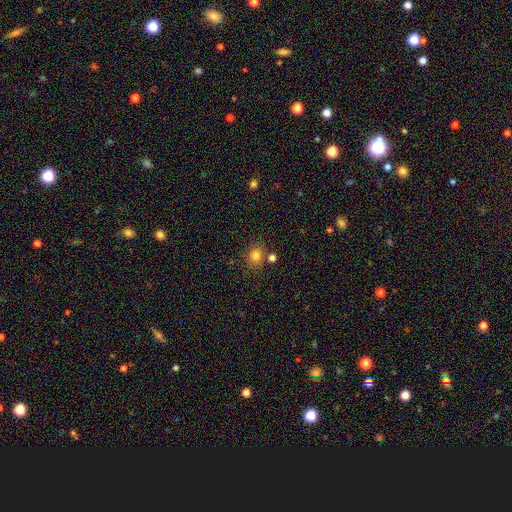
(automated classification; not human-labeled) This appears to be a smooth galaxy with no disk features (79%) that is round (68%). Merging: none (74%).